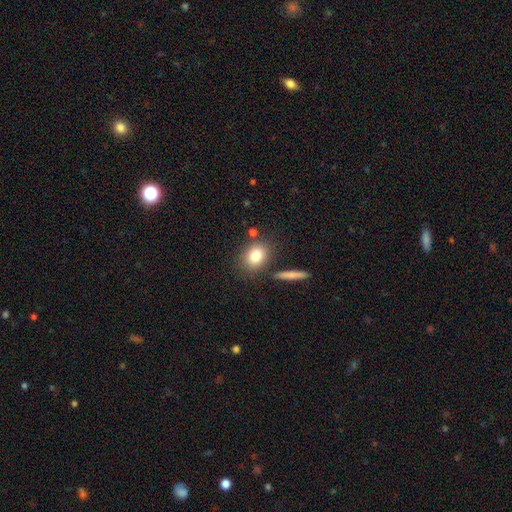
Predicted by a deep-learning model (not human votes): The model was most divided on "how rounded": round: 50%, in between: 48%, cigar-shaped: 2%. More confident: smooth or featured — smooth (80%); merging — none (76%).